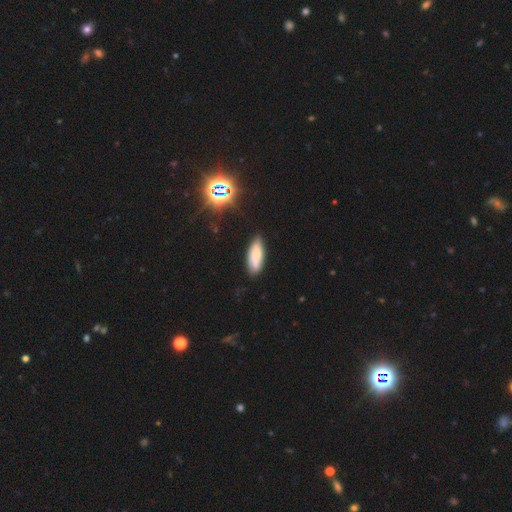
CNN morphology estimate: Smooth or featured? smooth (78%)
How rounded? in between (66%)
Merging? none (77%)